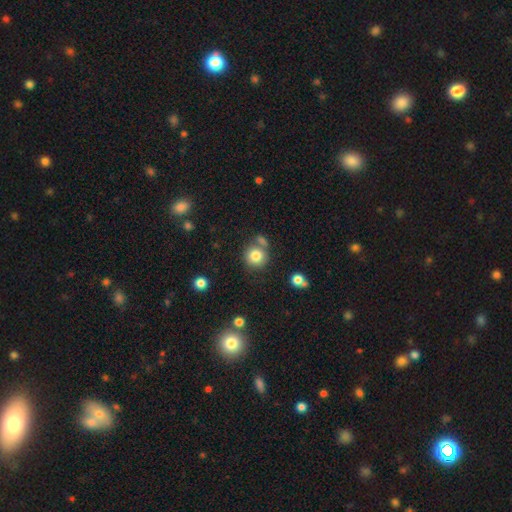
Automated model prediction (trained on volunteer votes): This appears to be a smooth galaxy with no disk features (81%) that is round (90%). Merging: none (69%).